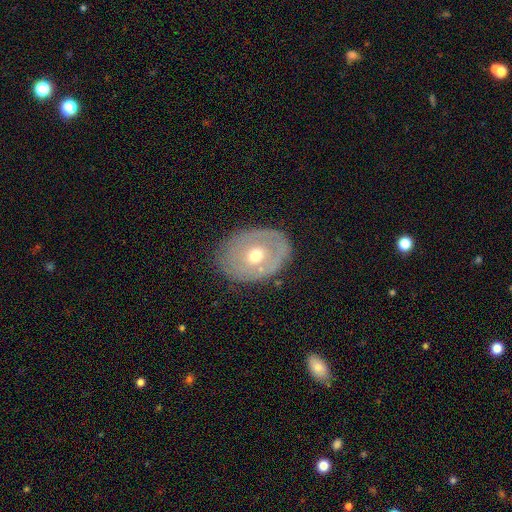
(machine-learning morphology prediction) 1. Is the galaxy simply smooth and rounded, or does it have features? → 51% featured or disk, 43% smooth, 7% star or artifact.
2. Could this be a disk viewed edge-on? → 92% no, 8% yes.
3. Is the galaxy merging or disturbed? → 76% none, 16% minor disturbance, 5% major disturbance, 2% merger.